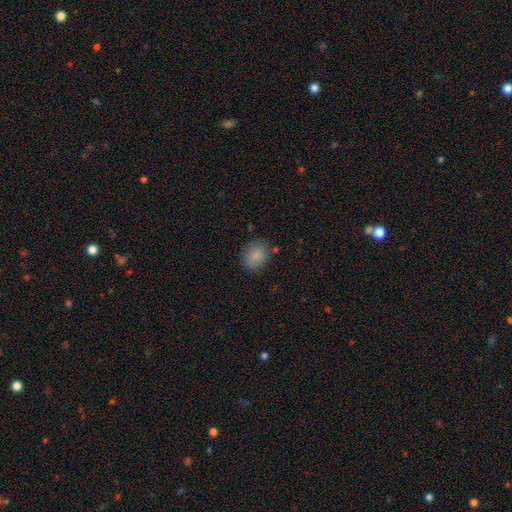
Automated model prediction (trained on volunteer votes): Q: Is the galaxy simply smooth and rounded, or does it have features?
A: smooth — 85%.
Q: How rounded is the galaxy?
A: round — 63%.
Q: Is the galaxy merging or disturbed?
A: none — 80%.